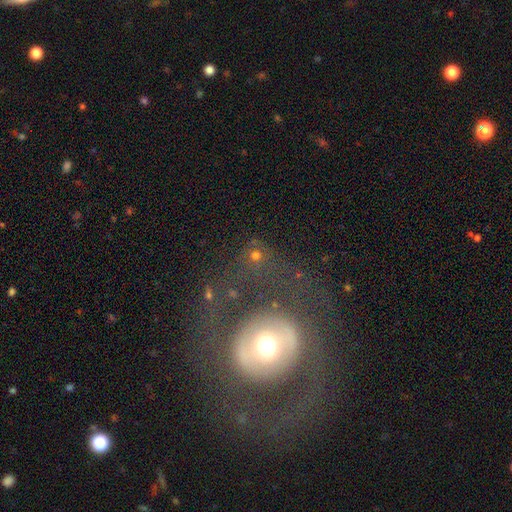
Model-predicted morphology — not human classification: smooth-or-featured: smooth: 43% | star or artifact: 36% | featured or disk: 22%
  merging: none: 54% | merger: 16% | major disturbance: 16% | minor disturbance: 14%